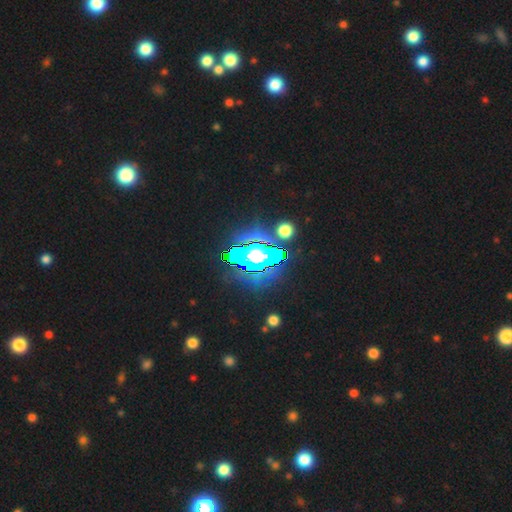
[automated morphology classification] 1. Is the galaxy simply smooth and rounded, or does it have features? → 65% star or artifact, 18% smooth, 17% featured or disk.